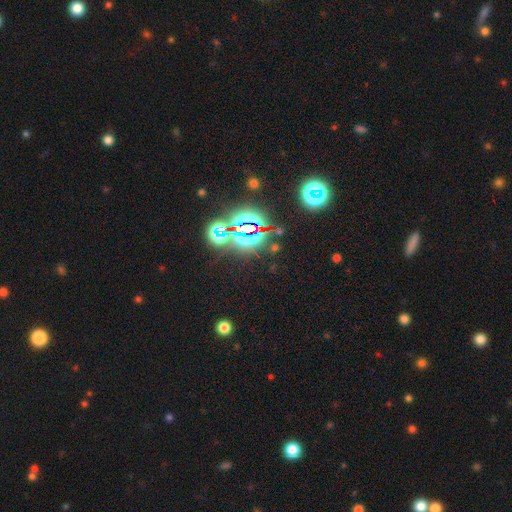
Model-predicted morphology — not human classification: smooth-or-featured: star or artifact: 81% | smooth: 12% | featured or disk: 7%